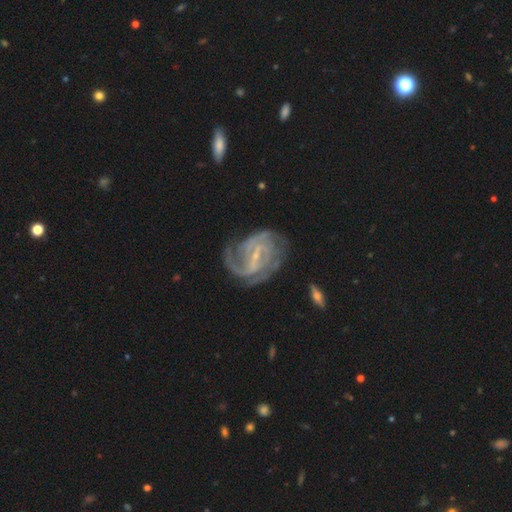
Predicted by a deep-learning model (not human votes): Q: Smooth or featured?
A: featured or disk (88%); runner-up: smooth (6%)
Q: Edge-on disk?
A: no (97%); runner-up: yes (3%)
Q: Bar?
A: weak (48%); runner-up: strong (37%)
Q: Spiral arms?
A: yes (95%); runner-up: no (5%)
Q: Spiral winding?
A: medium (44%); runner-up: tight (41%)
Q: Spiral arm count?
A: 2 (35%); runner-up: 3 (23%)
Q: Bulge size?
A: small (71%); runner-up: moderate (16%)
Q: Merging?
A: none (61%); runner-up: minor disturbance (20%)